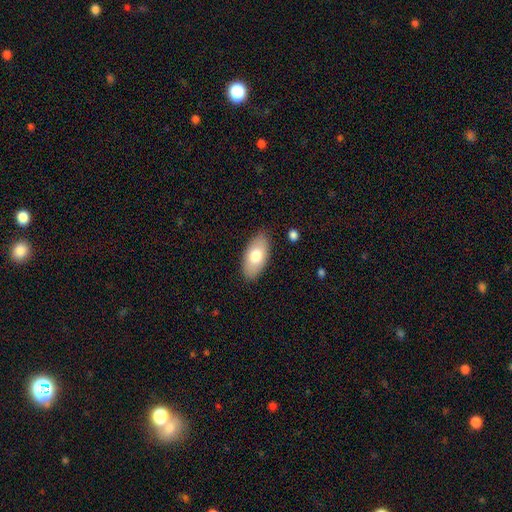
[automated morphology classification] Q: Smooth or featured?
A: smooth (73%); runner-up: featured or disk (21%)
Q: How rounded?
A: in between (93%); runner-up: cigar-shaped (4%)
Q: Merging?
A: none (84%); runner-up: minor disturbance (12%)